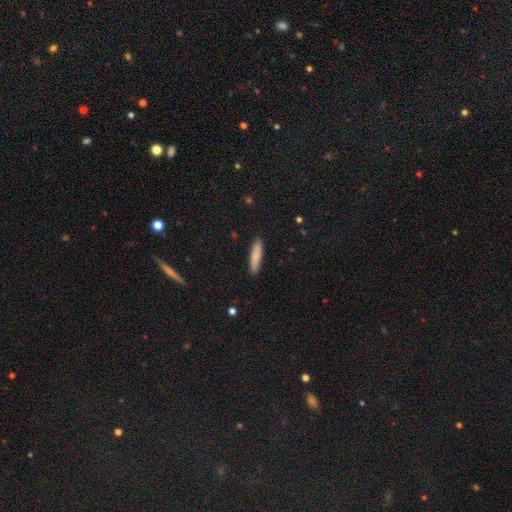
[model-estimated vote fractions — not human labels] smooth-or-featured: smooth: 83% | featured or disk: 11% | star or artifact: 6%
  how-rounded: cigar-shaped: 78% | in between: 20% | round: 1%
  merging: none: 89% | minor disturbance: 8% | major disturbance: 2% | merger: 1%